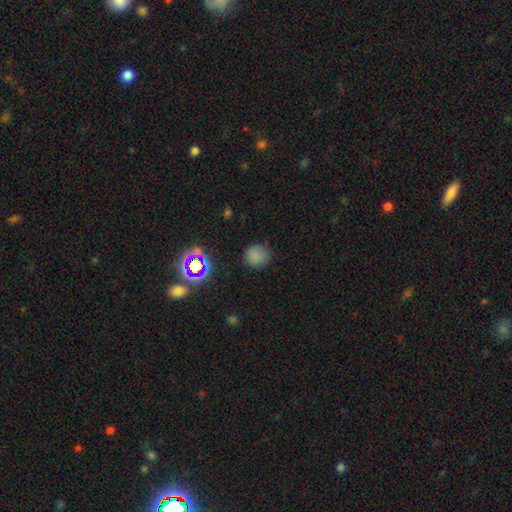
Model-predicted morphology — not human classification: Smooth or featured: smooth — 72% (star or artifact — 21%)
How rounded: round — 85% (in between — 14%)
Merging: none — 81% (minor disturbance — 13%)